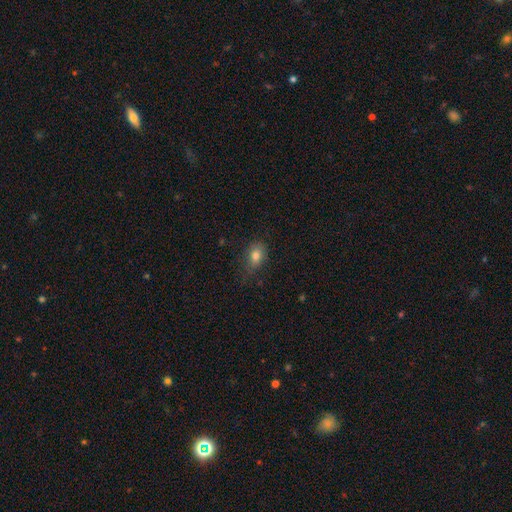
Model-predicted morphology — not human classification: Q: Smooth or featured?
A: smooth (79%); runner-up: featured or disk (11%)
Q: How rounded?
A: in between (76%); runner-up: round (22%)
Q: Merging?
A: none (71%); runner-up: minor disturbance (22%)